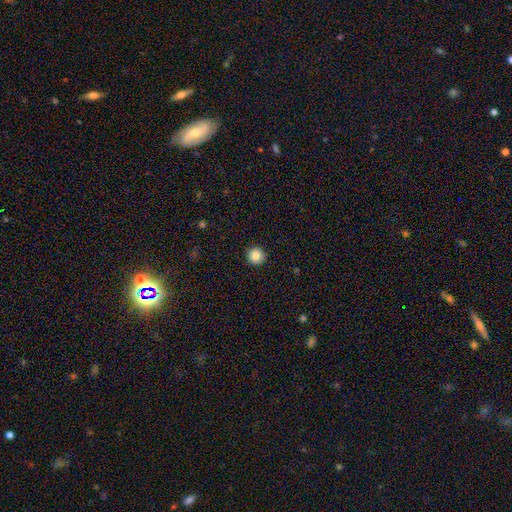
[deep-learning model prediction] The model was most divided on "smooth or featured": smooth: 84%, star or artifact: 10%, featured or disk: 6%. More confident: how rounded — round (95%); merging — none (93%).